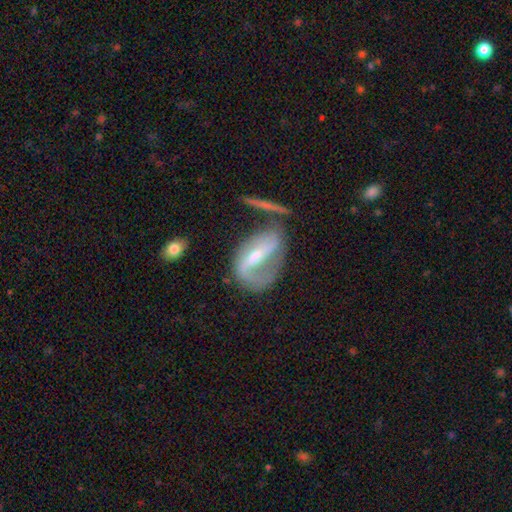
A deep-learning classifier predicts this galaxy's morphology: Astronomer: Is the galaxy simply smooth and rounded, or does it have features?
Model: featured or disk — 78%.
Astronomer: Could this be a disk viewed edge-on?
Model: no — 93%.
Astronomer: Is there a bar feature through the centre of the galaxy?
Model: strong — 51% (runner-up: weak, 33%).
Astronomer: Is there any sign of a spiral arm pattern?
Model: yes — 84%.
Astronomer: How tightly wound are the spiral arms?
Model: loose — 41% (runner-up: medium, 39%).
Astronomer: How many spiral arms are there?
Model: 2 — 63%.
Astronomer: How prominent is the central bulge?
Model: small — 51% (runner-up: moderate, 43%).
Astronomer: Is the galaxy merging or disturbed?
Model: none — 45% (runner-up: major disturbance, 23%).